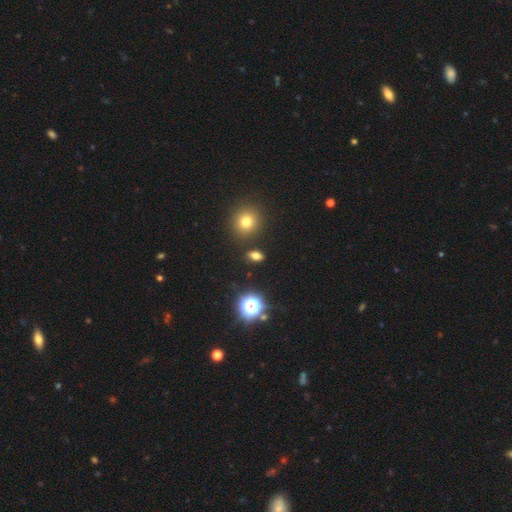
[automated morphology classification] smooth_or_featured: smooth (p=0.67) [alt: star or artifact p=0.24]
how_rounded: in between (p=0.67) [alt: round p=0.26]
merging: none (p=0.87) [alt: minor disturbance p=0.07]